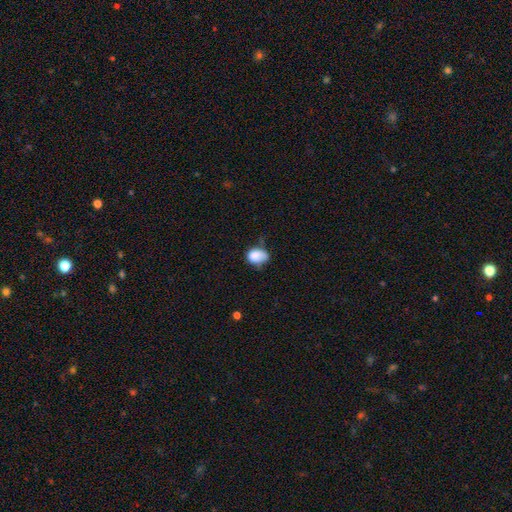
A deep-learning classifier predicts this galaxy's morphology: This appears to be a smooth galaxy with no disk features (81%) that is in between round and cigar-shaped (67%). Merging: minor disturbance (41%).